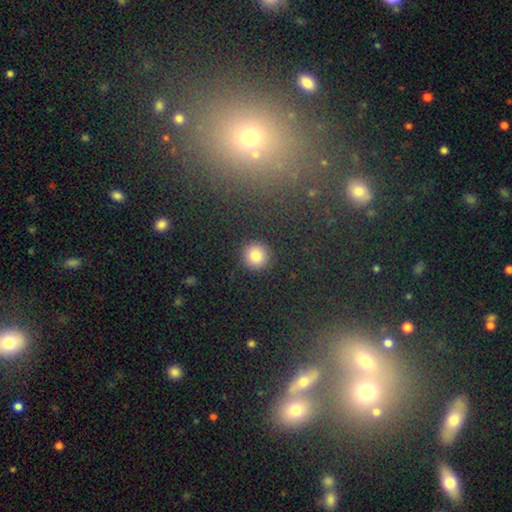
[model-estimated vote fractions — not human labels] Smooth or featured? smooth (82%)
How rounded? round (94%)
Merging? none (92%)